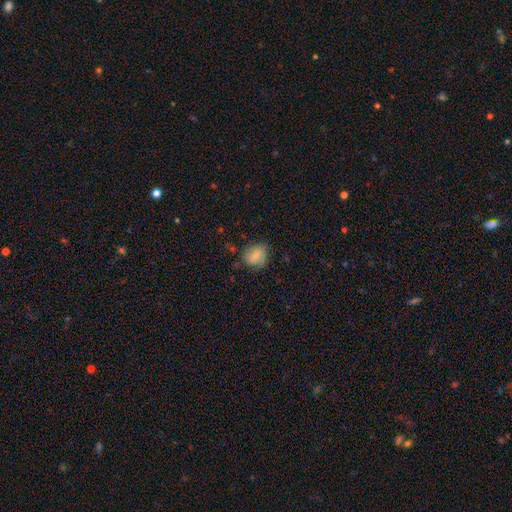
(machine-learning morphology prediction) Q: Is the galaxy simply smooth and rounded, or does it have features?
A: smooth — 71%.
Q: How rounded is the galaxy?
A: round — 68%.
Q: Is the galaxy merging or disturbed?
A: none — 68%.